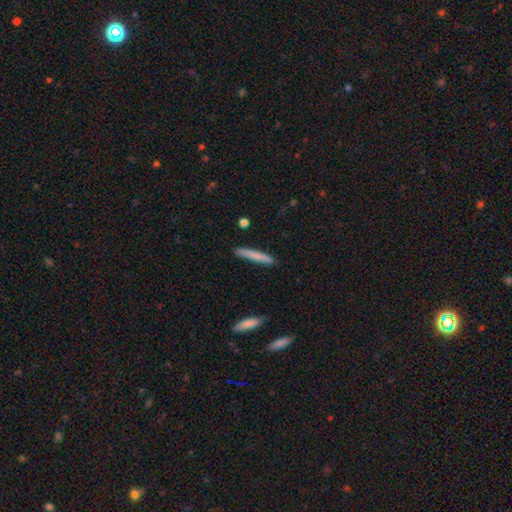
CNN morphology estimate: type=smooth (75%); roundness=cigar-shaped (95%); merging=none (89%).